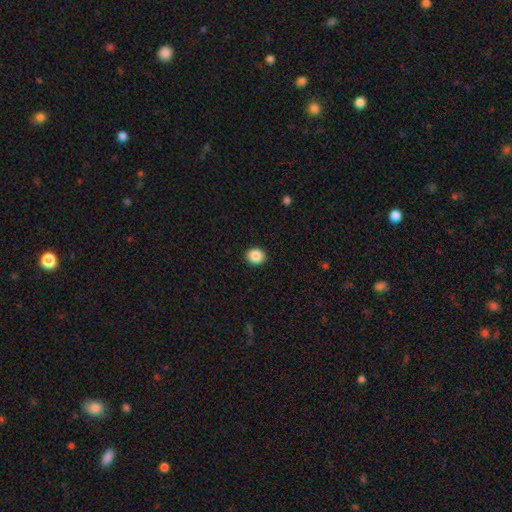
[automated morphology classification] smooth-or-featured: smooth: 87% | star or artifact: 9% | featured or disk: 4%
  how-rounded: round: 81% | in between: 18% | cigar-shaped: 1%
  merging: none: 92% | minor disturbance: 5% | major disturbance: 2% | merger: 1%